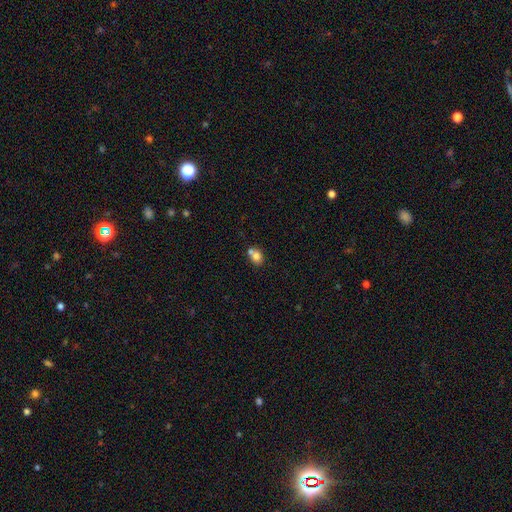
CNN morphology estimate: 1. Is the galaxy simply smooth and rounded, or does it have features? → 77% smooth, 13% featured or disk, 10% star or artifact.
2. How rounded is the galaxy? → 55% round, 44% in between, 1% cigar-shaped.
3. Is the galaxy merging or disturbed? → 46% merger, 41% none, 10% minor disturbance, 3% major disturbance.